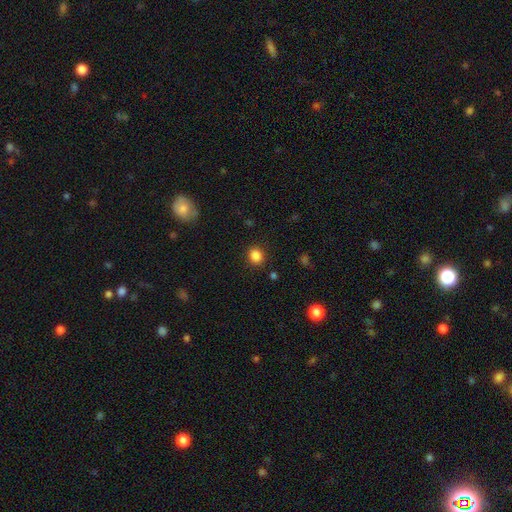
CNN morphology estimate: A smooth galaxy with no disk features (86%) that is round (73%). Merging: none (89%).